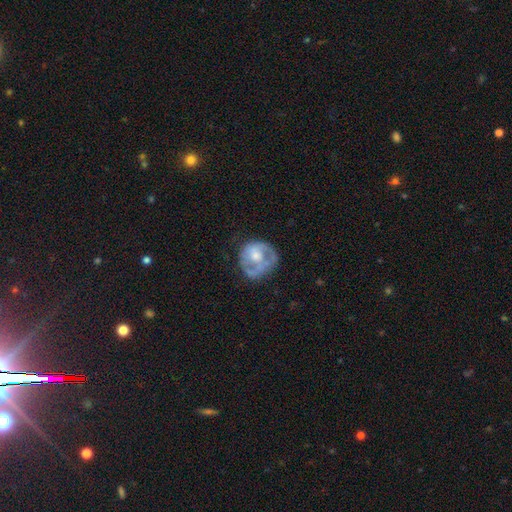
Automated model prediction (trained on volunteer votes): Smooth or featured: featured or disk — 54% (smooth — 39%)
Edge-on disk: no — 97% (yes — 3%)
Bar: no — 79% (weak — 17%)
Spiral arms: no — 59% (yes — 41%)
Bulge size: moderate — 52% (small — 29%)
Merging: none — 49% (minor disturbance — 26%)